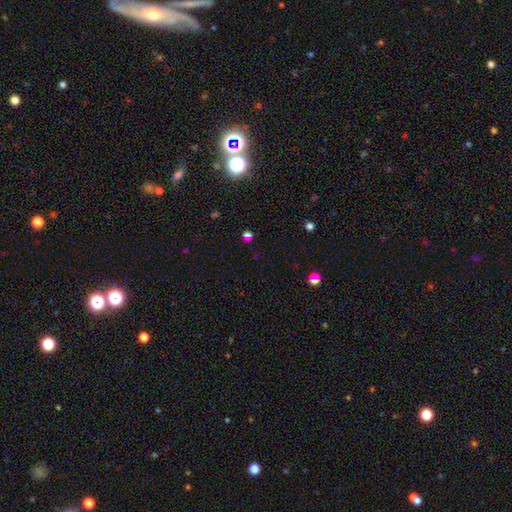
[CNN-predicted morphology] type=star or artifact (52%).